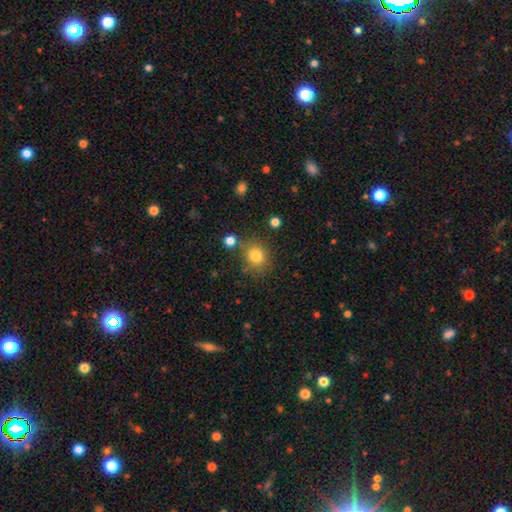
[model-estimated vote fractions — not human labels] Smooth or featured: smooth — 81% (star or artifact — 11%)
How rounded: round — 67% (in between — 32%)
Merging: none — 76% (minor disturbance — 13%)